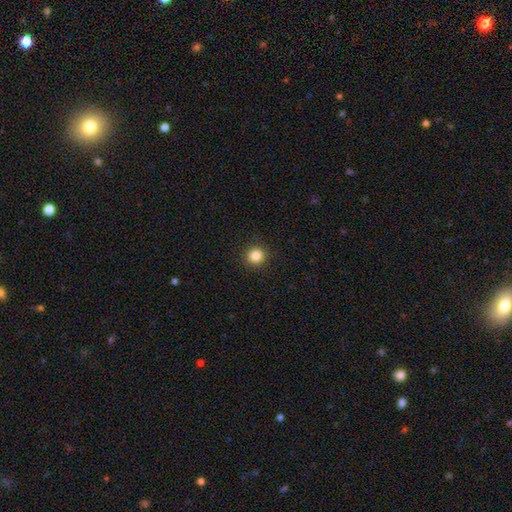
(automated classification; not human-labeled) Smooth or featured: smooth — 84% (star or artifact — 11%)
How rounded: round — 91% (in between — 8%)
Merging: none — 92% (minor disturbance — 5%)